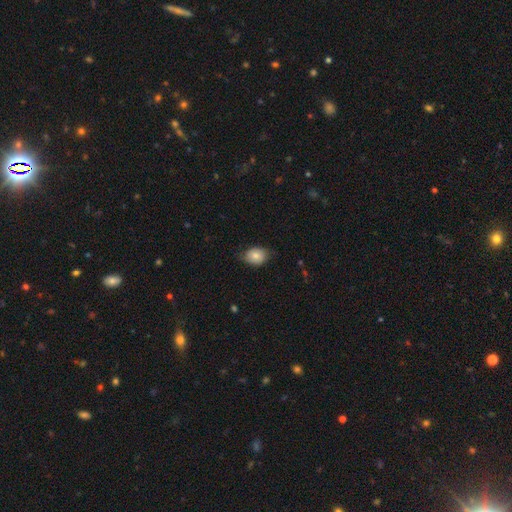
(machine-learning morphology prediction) Overall: smooth (78%). How rounded: in between (66%; round 33%). Merging: none (66%; minor disturbance 27%).